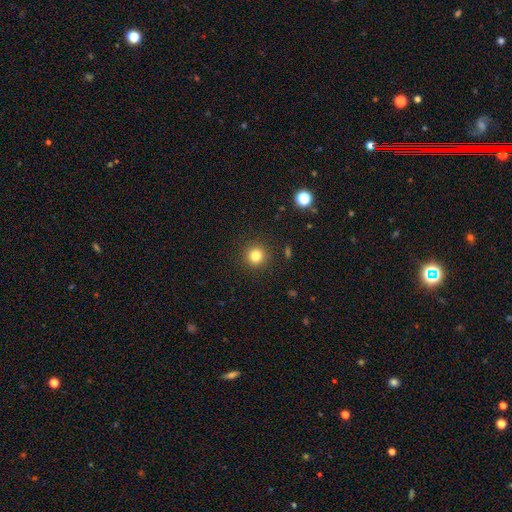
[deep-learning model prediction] Overall: smooth (81%). How rounded: round (94%). Merging: none (90%).